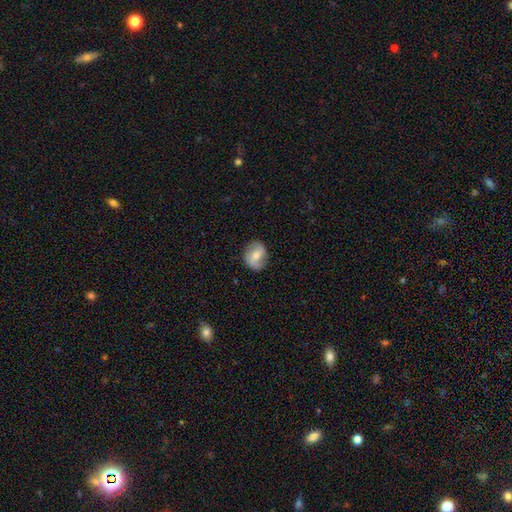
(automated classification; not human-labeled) smooth-or-featured: featured or disk: 54% | smooth: 39% | star or artifact: 7%
  disk-edge-on: no: 96% | yes: 4%
    bar: weak: 43% | no: 35% | strong: 22%
    has-spiral-arms: yes: 82% | no: 18%
    bulge-size: moderate: 55% | small: 38% | large: 3% | none: 3% | dominant: 1%
  merging: none: 83% | minor disturbance: 12% | major disturbance: 4% | merger: 1%